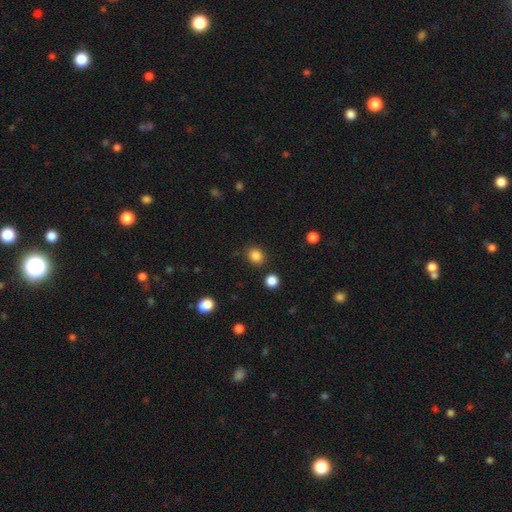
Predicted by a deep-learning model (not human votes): The model was most divided on "how rounded": round: 77%, in between: 22%, cigar-shaped: 1%. More confident: smooth or featured — smooth (85%); merging — none (84%).